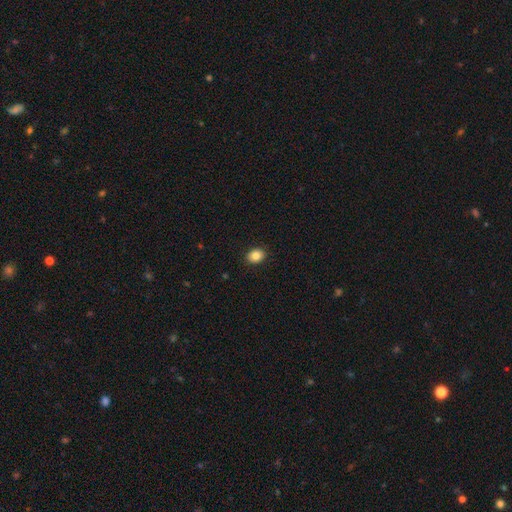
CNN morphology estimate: Overall: smooth (85%). How rounded: in between (58%; round 41%). Merging: none (90%).